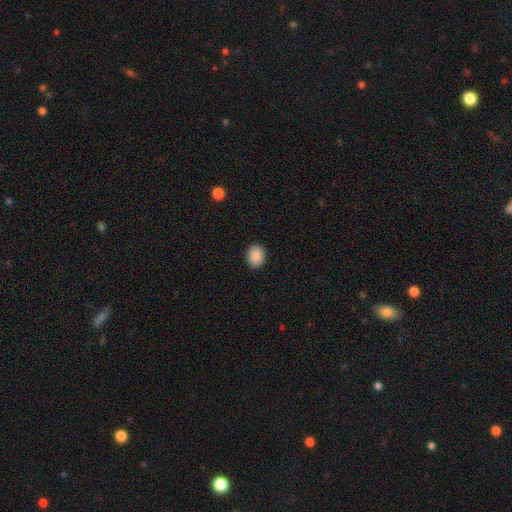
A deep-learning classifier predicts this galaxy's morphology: type=smooth (89%); roundness=in between (53%); merging=none (89%).